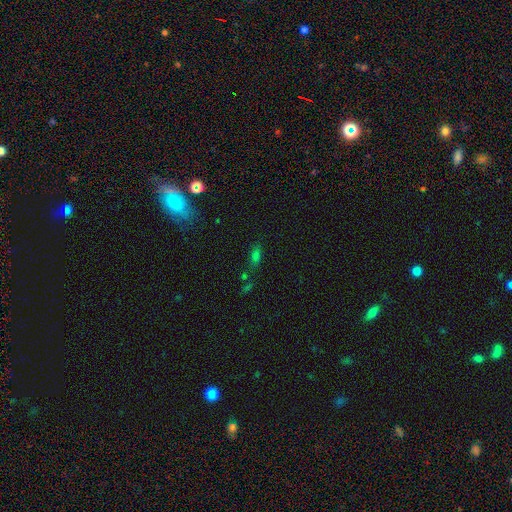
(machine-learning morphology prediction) smooth_or_featured: smooth (p=0.62) [alt: star or artifact p=0.28]
how_rounded: in between (p=0.74) [alt: cigar-shaped p=0.19]
merging: none (p=0.64) [alt: minor disturbance p=0.16]